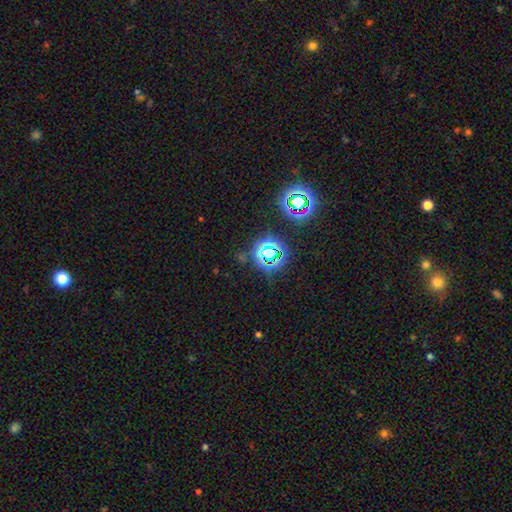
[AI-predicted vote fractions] Overall: star or artifact (66%; smooth 26%).